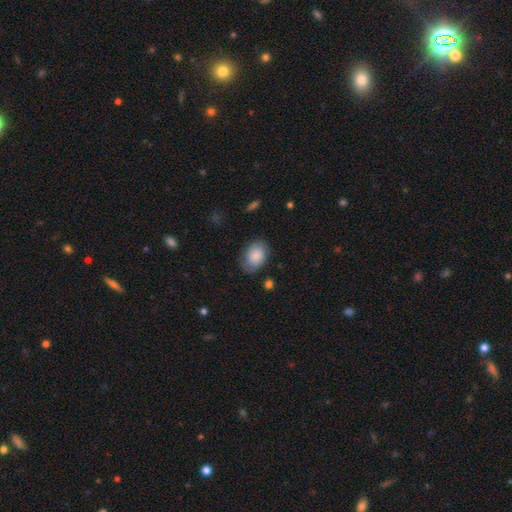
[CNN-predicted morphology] Smooth or featured: smooth — 80% (featured or disk — 13%)
How rounded: in between — 76% (round — 23%)
Merging: none — 72% (minor disturbance — 20%)